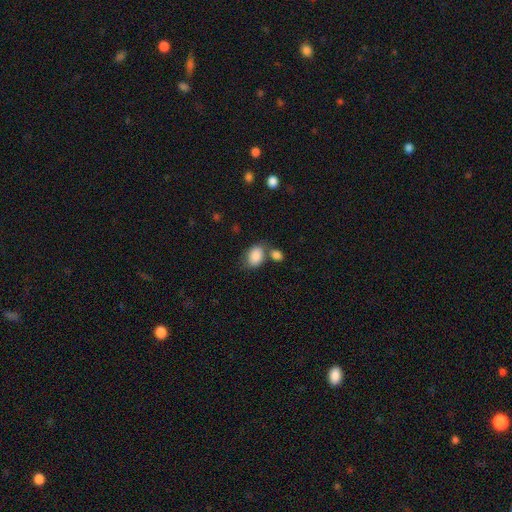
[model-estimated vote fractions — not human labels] Morphology: type=smooth (86%); roundness=in between (77%); merging=none (48%).